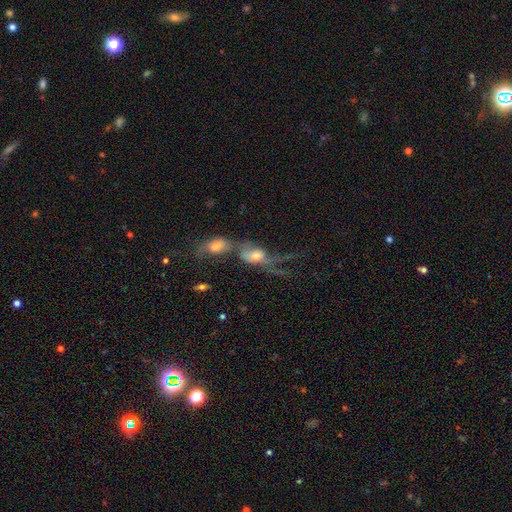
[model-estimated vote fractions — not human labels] Smooth or featured?
  - smooth: 45% *
  - featured or disk: 43%
  - star or artifact: 12%
Merging?
  - merger: 58% *
  - major disturbance: 21%
  - none: 13%
  - minor disturbance: 8%